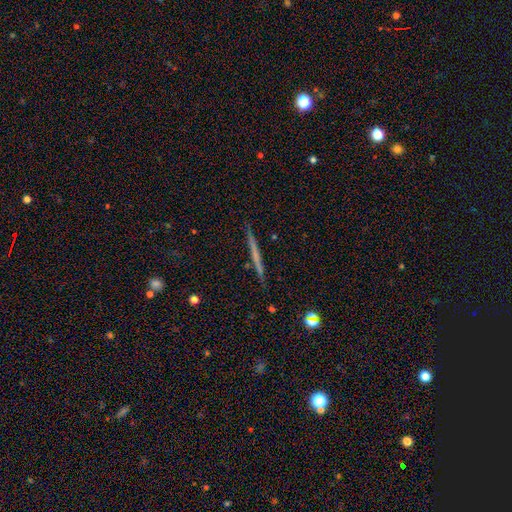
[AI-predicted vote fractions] Smooth or featured? Predicted: featured or disk (p=0.51). Edge-on disk? Predicted: yes (p=0.98). Merging? Predicted: none (p=0.91).